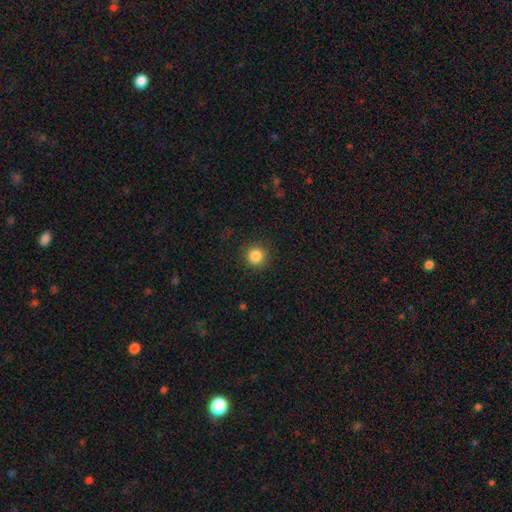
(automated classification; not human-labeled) Smooth or featured? smooth (85%)
How rounded? round (95%)
Merging? none (91%)